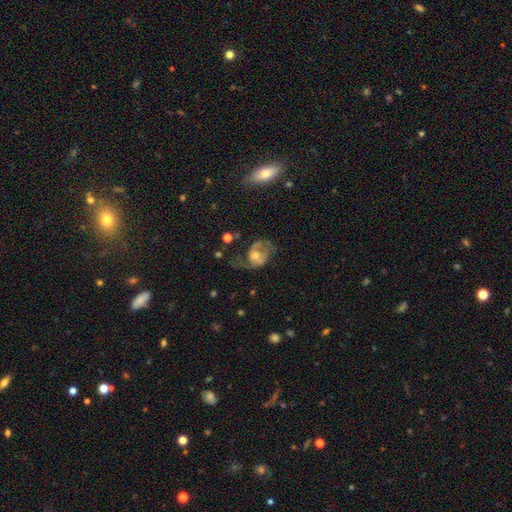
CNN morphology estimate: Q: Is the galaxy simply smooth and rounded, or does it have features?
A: featured or disk — 67%.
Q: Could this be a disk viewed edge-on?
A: no — 96%.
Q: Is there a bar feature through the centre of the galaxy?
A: no — 67%.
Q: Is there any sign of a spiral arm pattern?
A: yes — 73%.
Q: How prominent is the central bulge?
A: moderate — 53%.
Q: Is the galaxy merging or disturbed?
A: none — 39%.